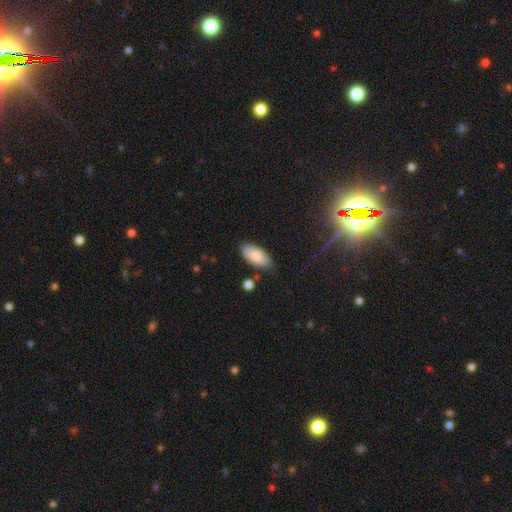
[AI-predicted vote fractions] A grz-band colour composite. It shows a smooth galaxy with no disk features (82%) that is in between round and cigar-shaped (92%). Merging: none (79%).